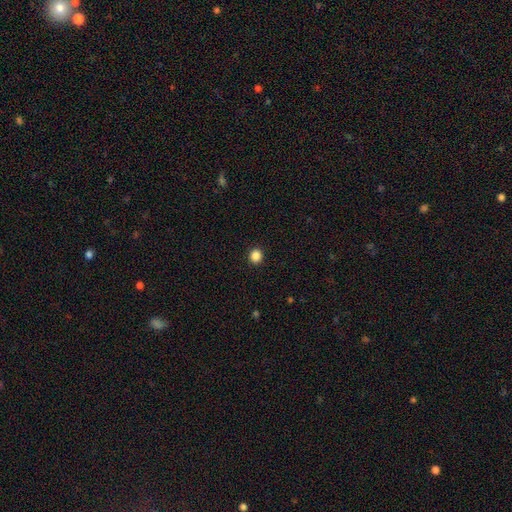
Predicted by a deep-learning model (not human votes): The model was most divided on "how rounded": round: 83%, in between: 16%, cigar-shaped: 1%. More confident: merging — none (93%); smooth or featured — smooth (86%).